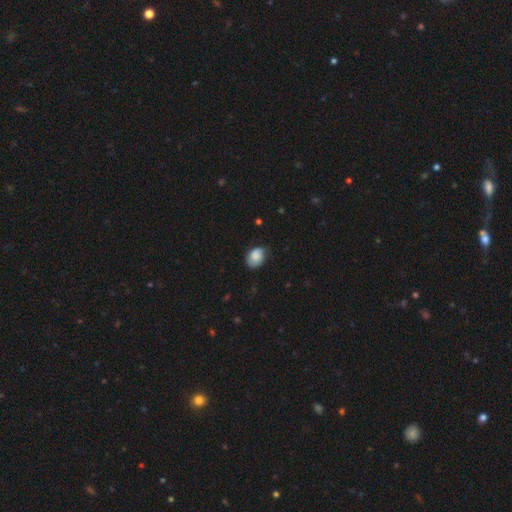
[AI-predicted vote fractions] Smooth or featured? smooth (77%)
How rounded? in between (69%)
Merging? none (66%)